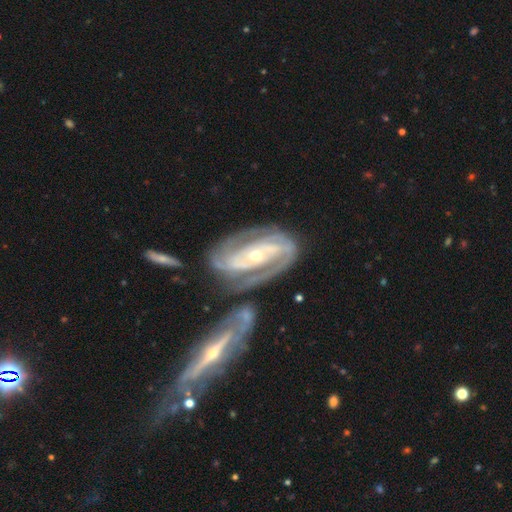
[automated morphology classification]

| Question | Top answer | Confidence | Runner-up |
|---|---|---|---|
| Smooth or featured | featured or disk | 89% | smooth (6%) |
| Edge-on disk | no | 95% | yes (5%) |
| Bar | no | 39% | strong (36%) |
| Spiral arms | yes | 95% | no (5%) |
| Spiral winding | tight | 58% | medium (34%) |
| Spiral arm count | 2 | 74% | can't tell (11%) |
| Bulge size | small | 53% | moderate (43%) |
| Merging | none | 49% | merger (24%) |